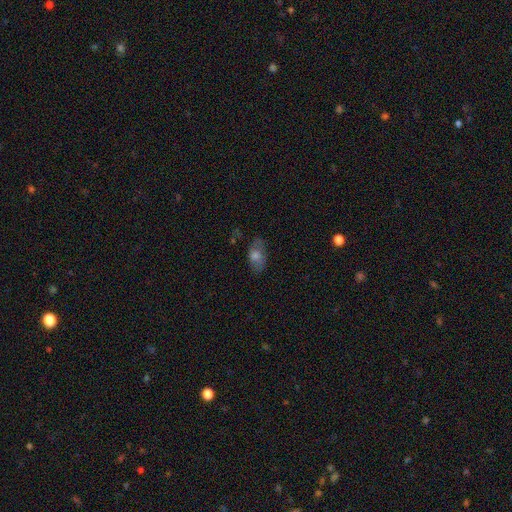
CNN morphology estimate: This appears to be a smooth galaxy with no disk features (56%) that is in between round and cigar-shaped (86%). Merging: none (75%).